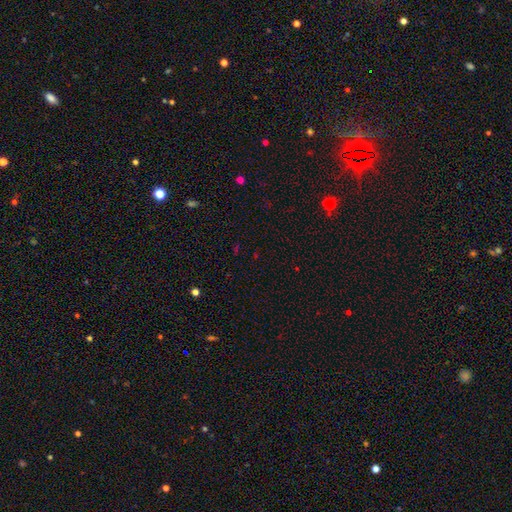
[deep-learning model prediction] Overall: star or artifact (66%).